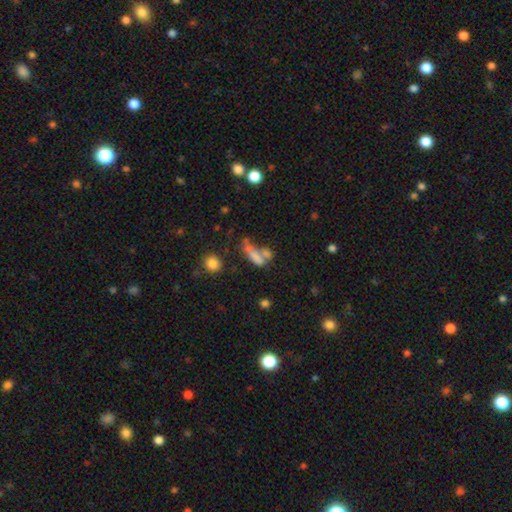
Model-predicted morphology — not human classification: Smooth or featured?
  - smooth: 63% *
  - featured or disk: 22%
  - star or artifact: 15%
How rounded?
  - in between: 60% *
  - cigar-shaped: 32%
  - round: 9%
Merging?
  - merger: 44% *
  - none: 24%
  - major disturbance: 17%
  - minor disturbance: 14%